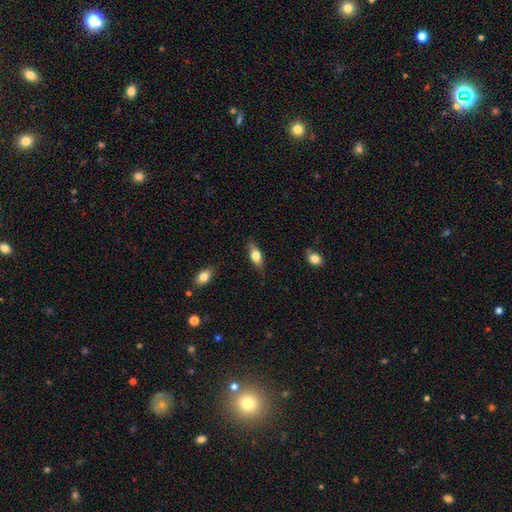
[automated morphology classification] This is likely a smooth galaxy (63%). How rounded: likely in between (75%). Merging: likely none (77%).